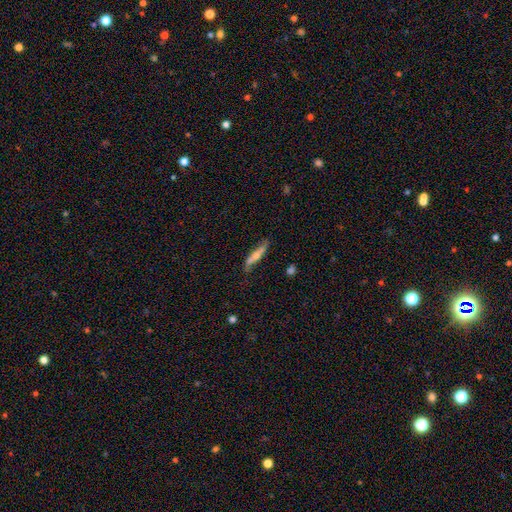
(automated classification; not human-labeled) This is possibly a featured or disk galaxy (47%, tied with smooth). Merging: likely none (73%).